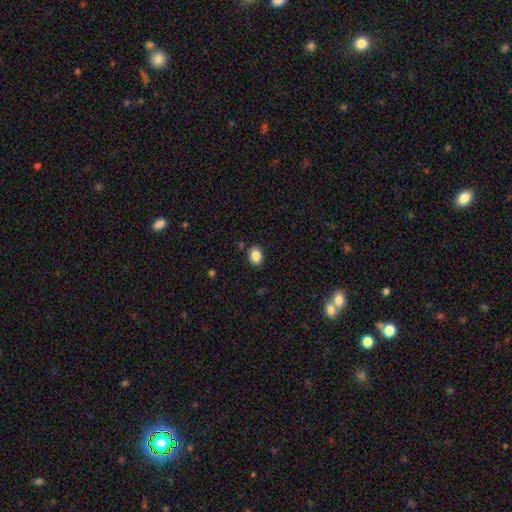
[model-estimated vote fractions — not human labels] The model was most divided on "how rounded": in between: 57%, round: 42%, cigar-shaped: 1%. More confident: merging — none (87%); smooth or featured — smooth (87%).